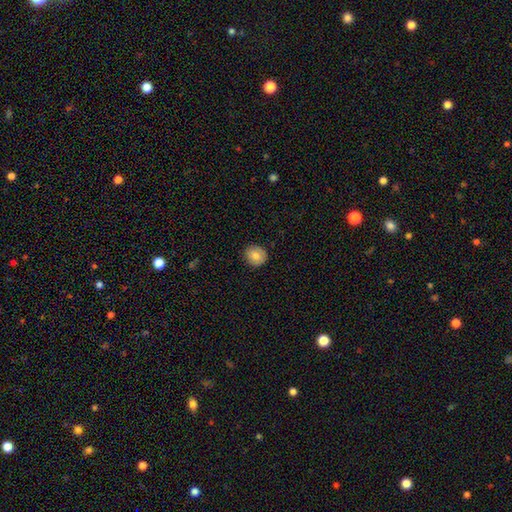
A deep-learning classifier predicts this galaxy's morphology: Q: Smooth or featured?
A: smooth (81%); runner-up: featured or disk (11%)
Q: How rounded?
A: round (87%); runner-up: in between (12%)
Q: Merging?
A: none (89%); runner-up: minor disturbance (8%)